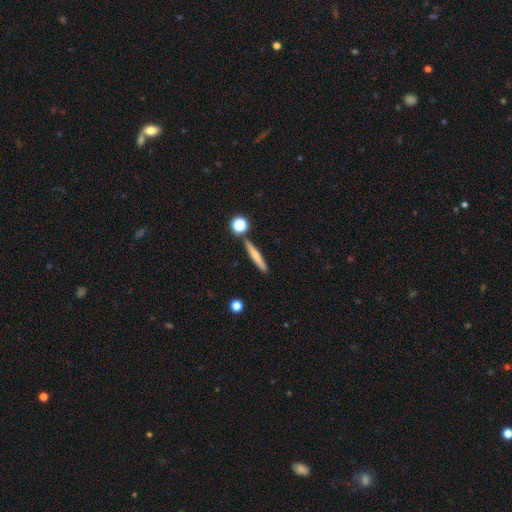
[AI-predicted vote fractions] Smooth or featured?
  - smooth: 63% *
  - featured or disk: 29%
  - star or artifact: 8%
How rounded?
  - cigar-shaped: 90% *
  - in between: 6%
  - round: 4%
Merging?
  - none: 85% *
  - minor disturbance: 8%
  - merger: 5%
  - major disturbance: 2%